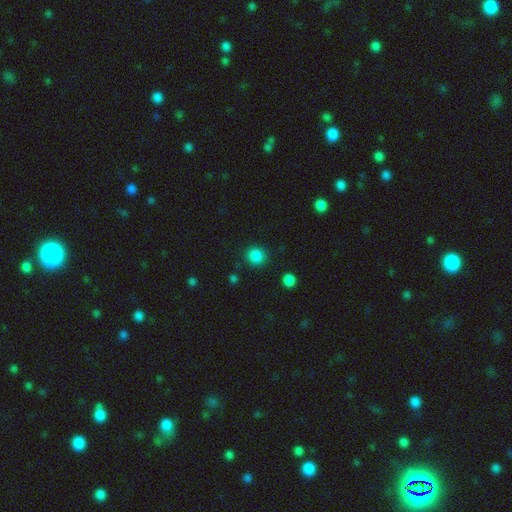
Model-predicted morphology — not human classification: A smooth galaxy with no disk features (86%) that is round (90%).

Vote fractions:
- Smooth or featured? smooth: 86% / star or artifact: 11% / featured or disk: 3%
- How rounded? round: 90% / in between: 9% / cigar-shaped: 1%
- Merging? none: 87% / minor disturbance: 8% / major disturbance: 3% / merger: 2%